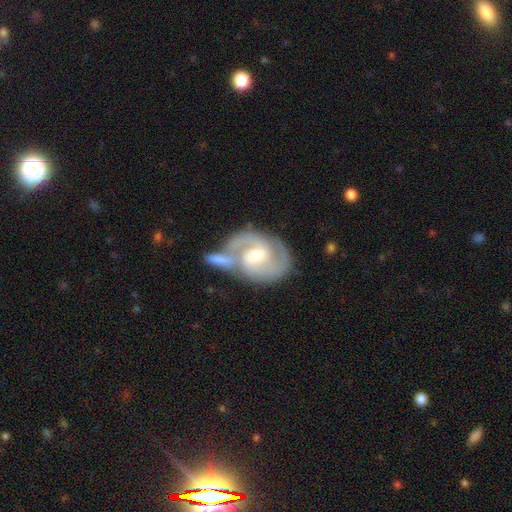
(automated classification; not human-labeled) Smooth or featured? featured or disk (83%)
Edge-on disk? no (97%)
Bar? weak (49%)
Spiral arms? yes (92%)
Spiral winding? medium (45%)
Spiral arm count? 2 (76%)
Bulge size? moderate (64%)
Merging? merger (41%)